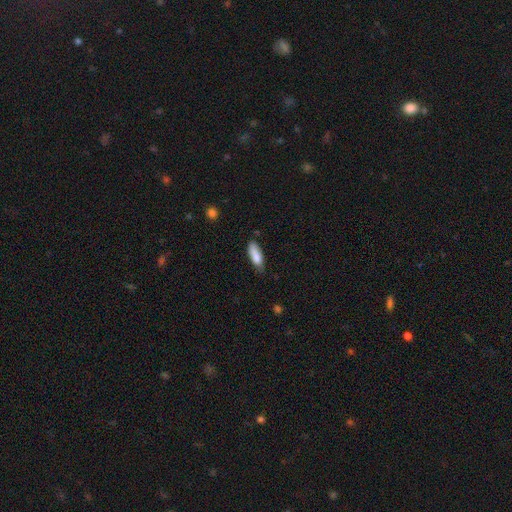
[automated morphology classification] Smooth or featured? Predicted: smooth (p=0.86). How rounded? Predicted: in between (p=0.63). Merging? Predicted: none (p=0.65).